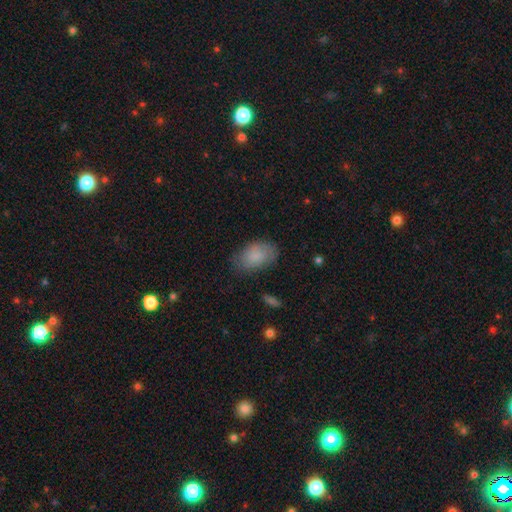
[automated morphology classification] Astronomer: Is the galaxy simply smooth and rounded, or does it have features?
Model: smooth — 81%.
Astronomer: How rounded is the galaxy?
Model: in between — 89%.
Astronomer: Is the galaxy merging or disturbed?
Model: none — 70%.